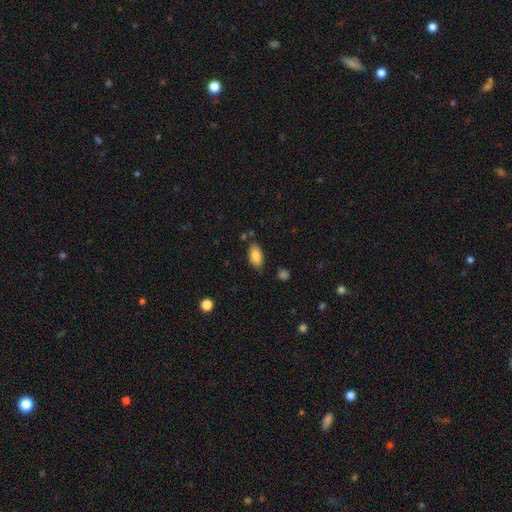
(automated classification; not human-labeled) Morphology: type=smooth (85%); roundness=in between (93%); merging=none (77%).